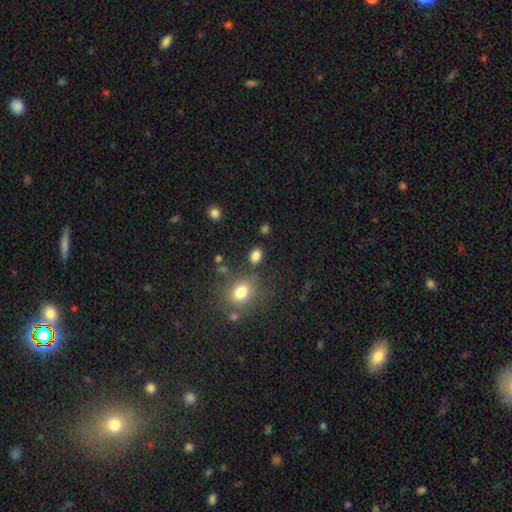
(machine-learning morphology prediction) A smooth galaxy with no disk features (83%) that is in between round and cigar-shaped (64%).

Vote fractions:
- Smooth or featured? smooth: 83% / star or artifact: 12% / featured or disk: 5%
- How rounded? in between: 64% / round: 34% / cigar-shaped: 1%
- Merging? none: 79% / minor disturbance: 11% / merger: 6% / major disturbance: 4%